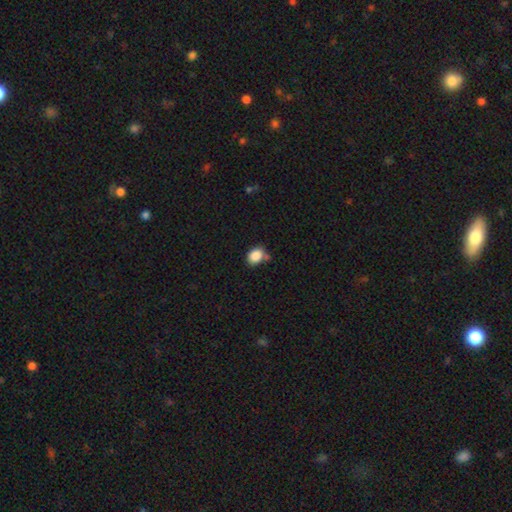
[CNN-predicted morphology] The model was most divided on "how rounded": in between: 63%, round: 36%, cigar-shaped: 1%. More confident: smooth or featured — smooth (87%); merging — none (62%).